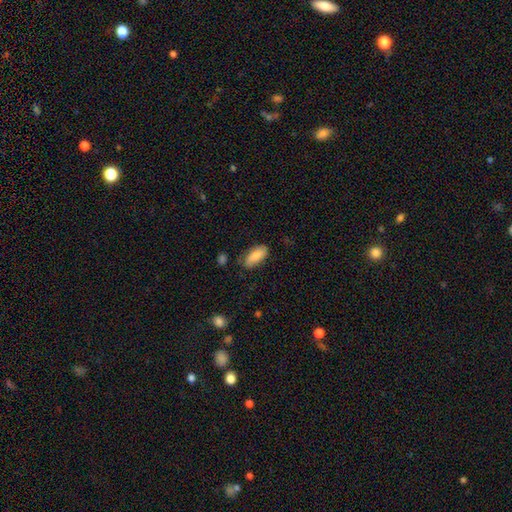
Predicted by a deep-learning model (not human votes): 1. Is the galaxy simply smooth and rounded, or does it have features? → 79% smooth, 15% featured or disk, 6% star or artifact.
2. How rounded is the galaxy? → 87% in between, 11% cigar-shaped, 2% round.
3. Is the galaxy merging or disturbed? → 69% none, 23% minor disturbance, 5% major disturbance, 2% merger.